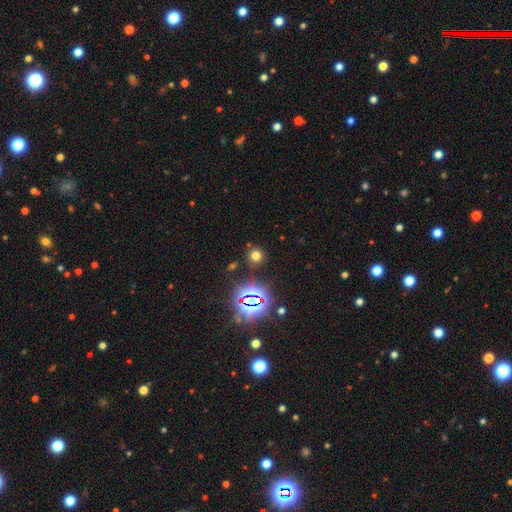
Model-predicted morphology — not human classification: smooth 63%, star or artifact 30%, featured or disk 7%. Down the decision tree: how rounded — round (87%); merging — none (84%).